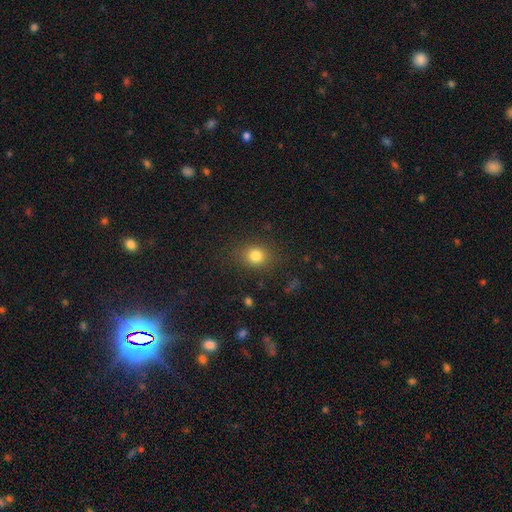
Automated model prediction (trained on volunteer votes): The model was most divided on "how rounded": round: 59%, in between: 40%, cigar-shaped: 1%. More confident: merging — none (83%); smooth or featured — smooth (81%).